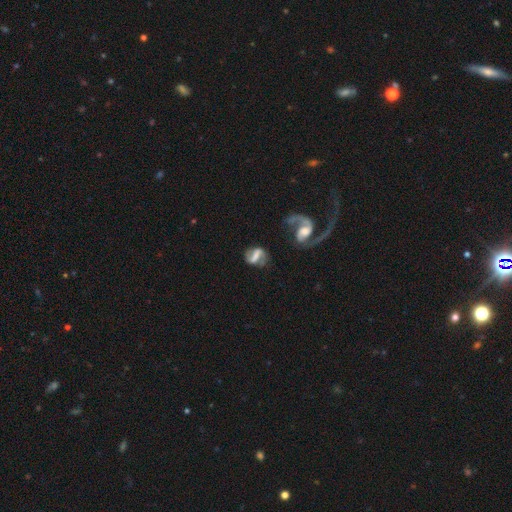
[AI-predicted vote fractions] This appears to be a featured or disk galaxy (73%) with a strong bar (59%), 2 (85%) loose (44%) spiral arms (88%) and no central bulge (42%). Merging: none (63%).